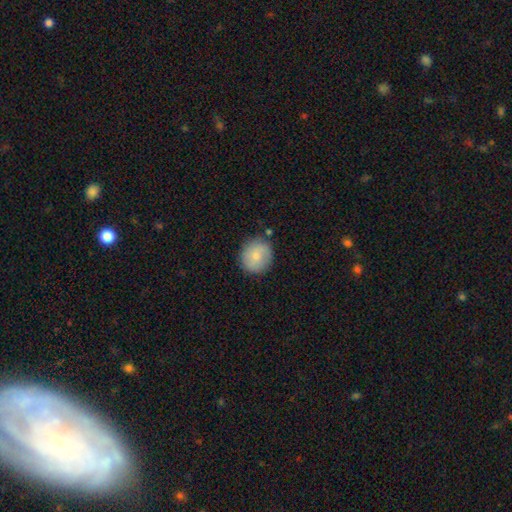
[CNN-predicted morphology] Smooth or featured?
  - smooth: 76% *
  - featured or disk: 17%
  - star or artifact: 7%
How rounded?
  - round: 86% *
  - in between: 13%
  - cigar-shaped: 1%
Merging?
  - none: 81% *
  - minor disturbance: 13%
  - major disturbance: 3%
  - merger: 3%